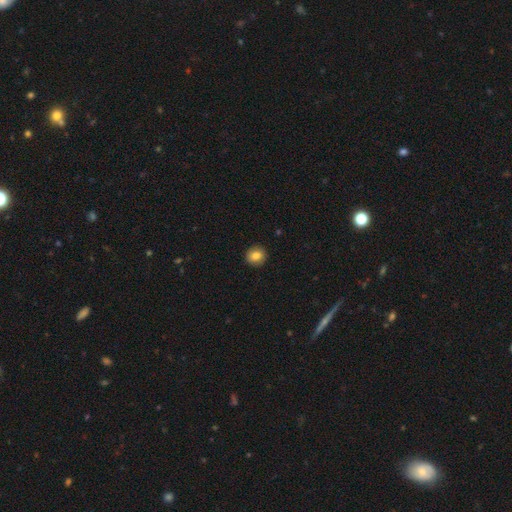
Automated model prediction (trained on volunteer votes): Smooth or featured? Predicted: smooth (p=0.84). How rounded? Predicted: round (p=0.85). Merging? Predicted: none (p=0.91).